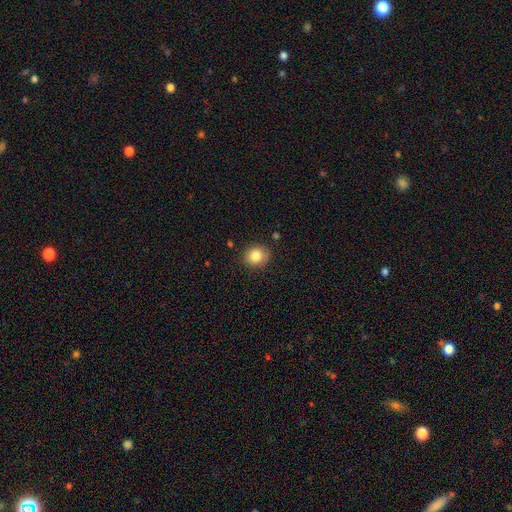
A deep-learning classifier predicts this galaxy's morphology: type=smooth (83%); roundness=round (72%); merging=none (83%).